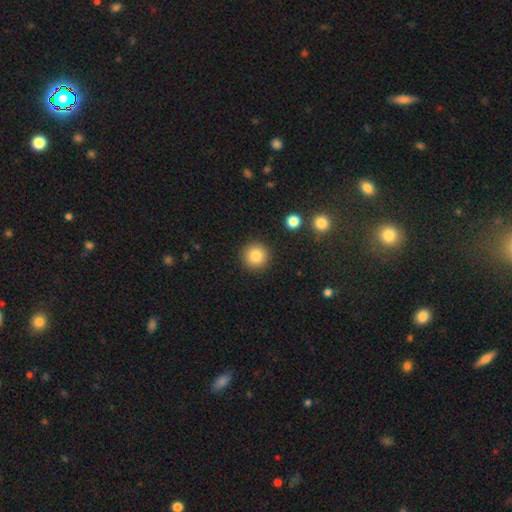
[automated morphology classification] This appears to be a smooth galaxy with no disk features (83%) that is round (95%). Merging: none (91%).